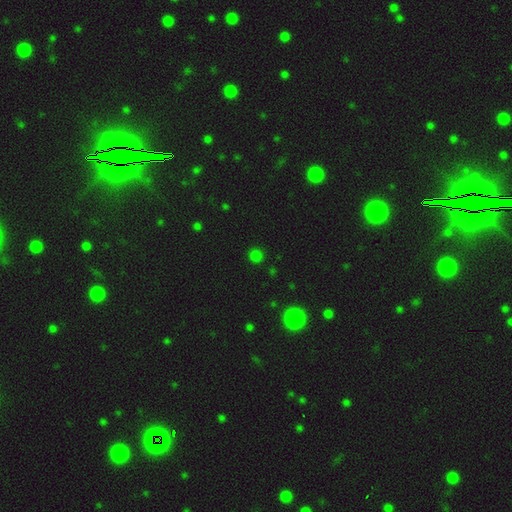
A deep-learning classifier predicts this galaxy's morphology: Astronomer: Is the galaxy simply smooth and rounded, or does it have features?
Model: smooth — 74%.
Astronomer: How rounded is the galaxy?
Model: round — 91%.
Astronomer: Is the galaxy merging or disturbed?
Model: none — 89%.